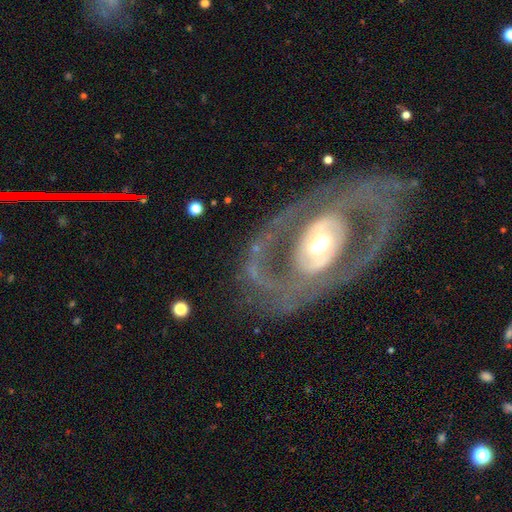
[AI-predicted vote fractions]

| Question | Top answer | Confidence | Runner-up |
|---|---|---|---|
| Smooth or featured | featured or disk | 84% | smooth (11%) |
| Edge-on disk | no | 94% | yes (6%) |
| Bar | no | 48% | weak (28%) |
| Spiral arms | yes | 67% | no (33%) |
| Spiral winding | medium | 41% | tight (38%) |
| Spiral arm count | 2 | 72% | can't tell (14%) |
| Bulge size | moderate | 61% | large (21%) |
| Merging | none | 74% | minor disturbance (12%) |